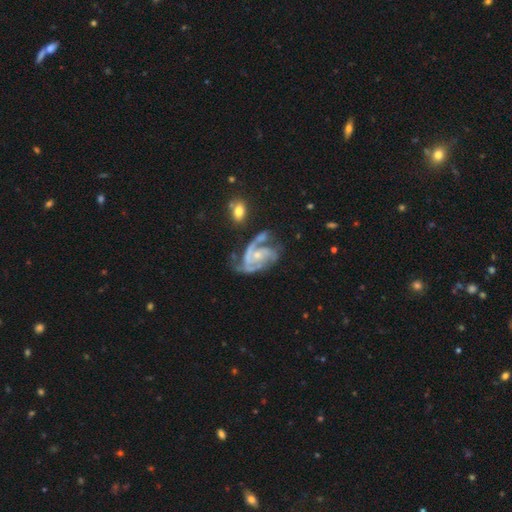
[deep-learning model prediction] Q: Smooth or featured?
A: featured or disk (88%); runner-up: smooth (6%)
Q: Edge-on disk?
A: no (98%); runner-up: yes (2%)
Q: Bar?
A: no (63%); runner-up: weak (29%)
Q: Spiral arms?
A: yes (96%); runner-up: no (4%)
Q: Spiral winding?
A: medium (49%); runner-up: tight (37%)
Q: Spiral arm count?
A: 2 (38%); tied with: 3 (38%)
Q: Bulge size?
A: small (66%); runner-up: moderate (27%)
Q: Merging?
A: none (43%); runner-up: minor disturbance (24%)